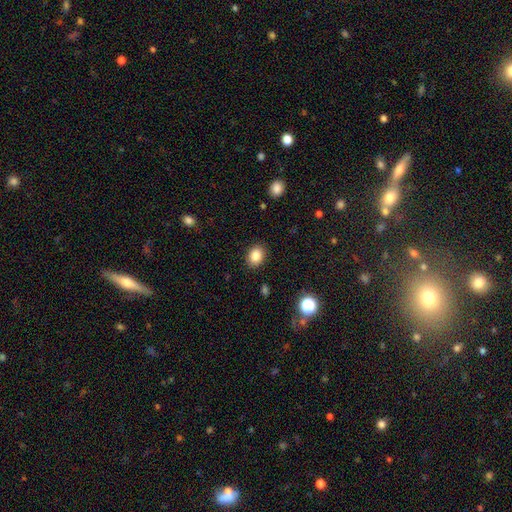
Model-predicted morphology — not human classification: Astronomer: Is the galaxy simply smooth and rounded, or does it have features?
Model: smooth — 85%.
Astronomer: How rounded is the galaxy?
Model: in between — 58% (runner-up: round, 41%).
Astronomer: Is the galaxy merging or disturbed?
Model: none — 89%.